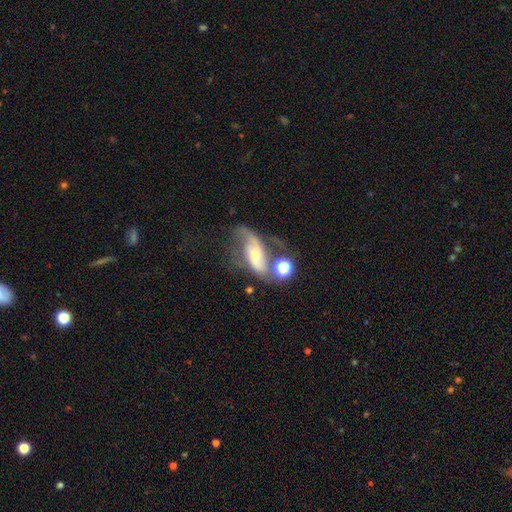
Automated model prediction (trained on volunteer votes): This appears to be a featured or disk galaxy (66%) with no bar (51%), spiral arms (83%) and a small central bulge (54%). Merging: major disturbance (31%).